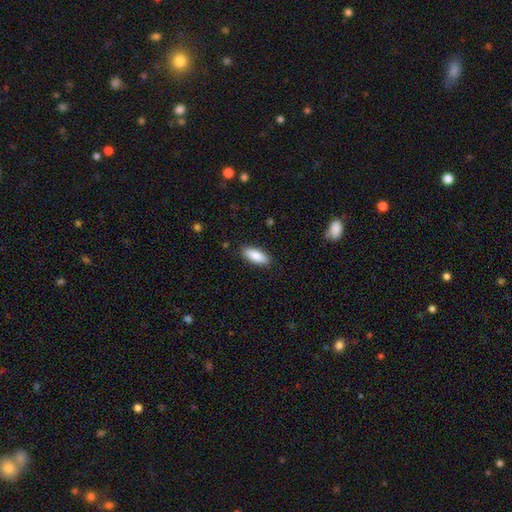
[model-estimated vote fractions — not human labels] Q: Smooth or featured?
A: smooth (88%); runner-up: star or artifact (6%)
Q: How rounded?
A: in between (76%); runner-up: cigar-shaped (23%)
Q: Merging?
A: none (88%); runner-up: minor disturbance (9%)